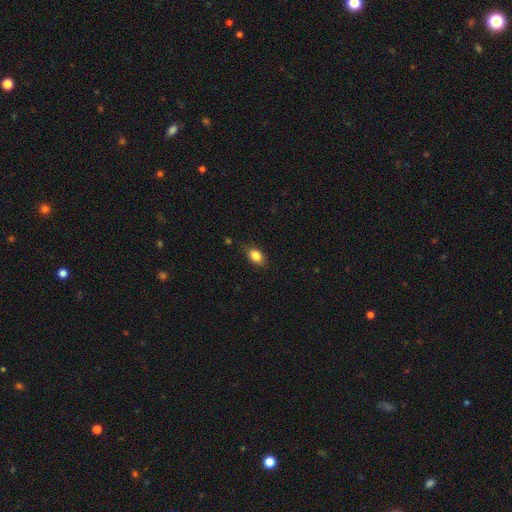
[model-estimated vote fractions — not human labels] smooth_or_featured: smooth (p=0.83) [alt: star or artifact p=0.09]
how_rounded: in between (p=0.77) [alt: round p=0.20]
merging: none (p=0.75) [alt: minor disturbance p=0.20]